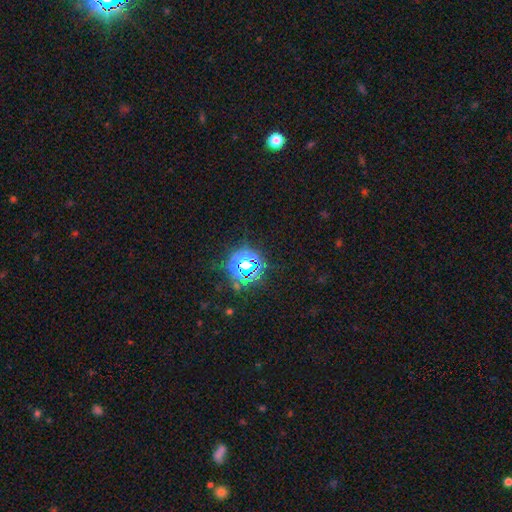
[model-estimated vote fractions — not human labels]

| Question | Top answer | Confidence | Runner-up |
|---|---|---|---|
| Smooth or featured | star or artifact | 74% | smooth (20%) |